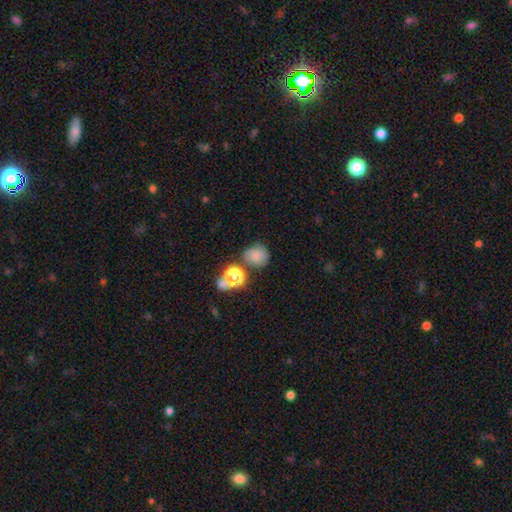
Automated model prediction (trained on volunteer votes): smooth-or-featured: smooth: 76% | star or artifact: 14% | featured or disk: 10%
  how-rounded: round: 80% | in between: 19% | cigar-shaped: 1%
  merging: none: 61% | minor disturbance: 17% | merger: 16% | major disturbance: 6%